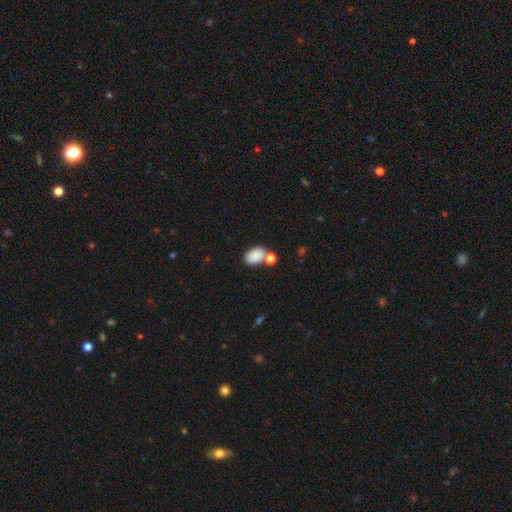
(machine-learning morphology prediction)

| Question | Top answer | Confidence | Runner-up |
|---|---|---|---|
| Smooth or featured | smooth | 85% | star or artifact (9%) |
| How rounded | in between | 86% | round (12%) |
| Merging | none | 57% | merger (24%) |